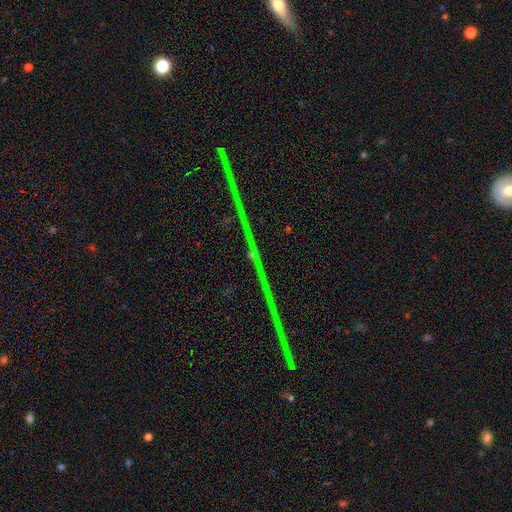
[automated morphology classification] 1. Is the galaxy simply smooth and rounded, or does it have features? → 77% star or artifact, 14% featured or disk, 8% smooth.